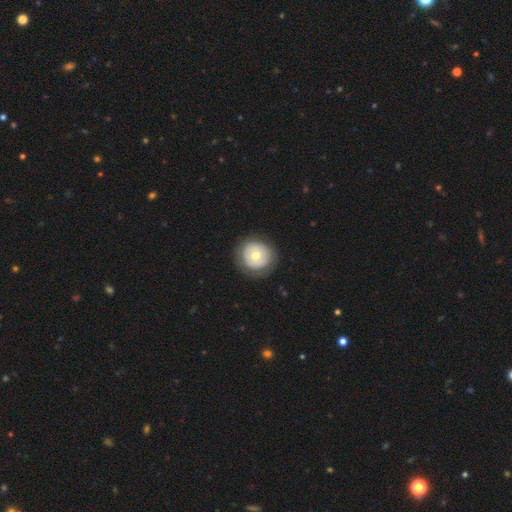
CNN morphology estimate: The model was most divided on "smooth or featured": smooth: 56%, featured or disk: 37%, star or artifact: 7%. More confident: how rounded — round (91%); merging — none (81%).